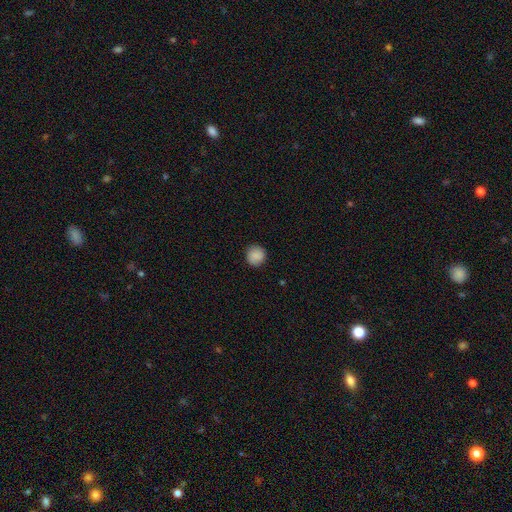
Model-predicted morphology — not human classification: smooth-or-featured: smooth: 88% | star or artifact: 8% | featured or disk: 4%
  how-rounded: round: 94% | in between: 5% | cigar-shaped: 1%
  merging: none: 90% | minor disturbance: 7% | major disturbance: 2% | merger: 1%